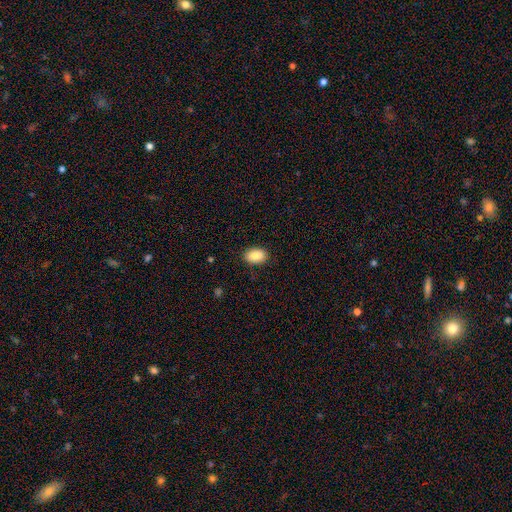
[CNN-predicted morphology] smooth 88%, star or artifact 7%, featured or disk 5%. Down the decision tree: how rounded — in between (88%); merging — none (88%).